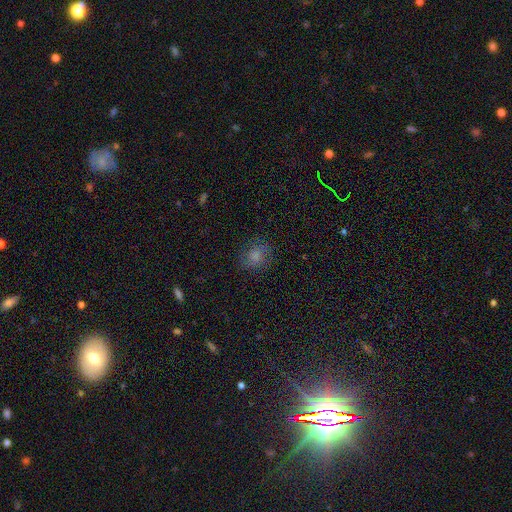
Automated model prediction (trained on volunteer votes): Morphology: type=smooth (76%); roundness=round (70%); merging=none (79%).